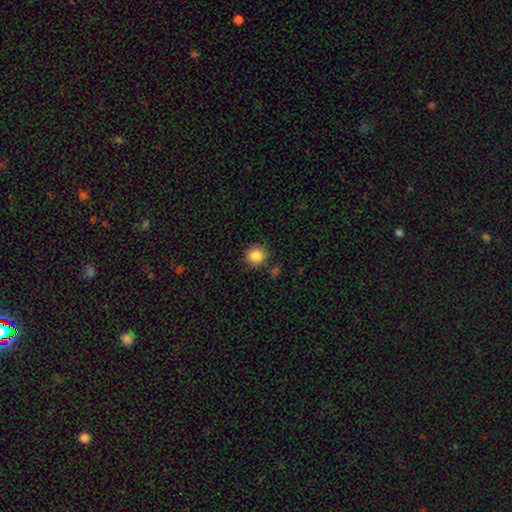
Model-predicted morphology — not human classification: Smooth or featured? smooth (85%)
How rounded? round (90%)
Merging? none (87%)